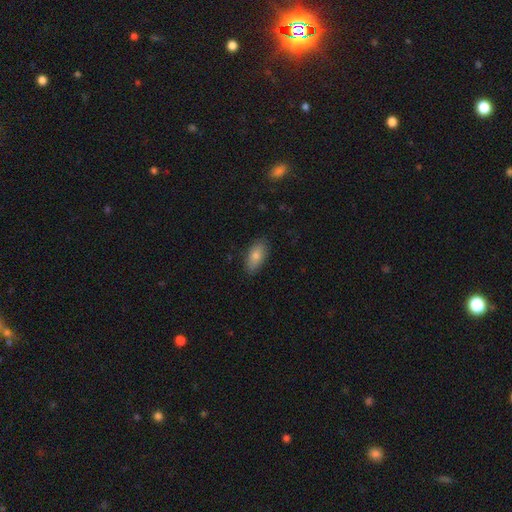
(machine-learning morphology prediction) This is likely a smooth galaxy (80%). How rounded: clearly in between (90%). Merging: clearly none (84%).